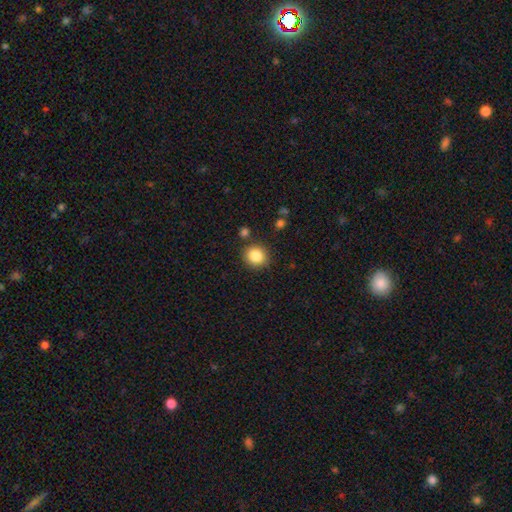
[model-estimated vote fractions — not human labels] The model was most divided on "how rounded": round: 83%, in between: 17%, cigar-shaped: 1%. More confident: merging — none (85%); smooth or featured — smooth (85%).